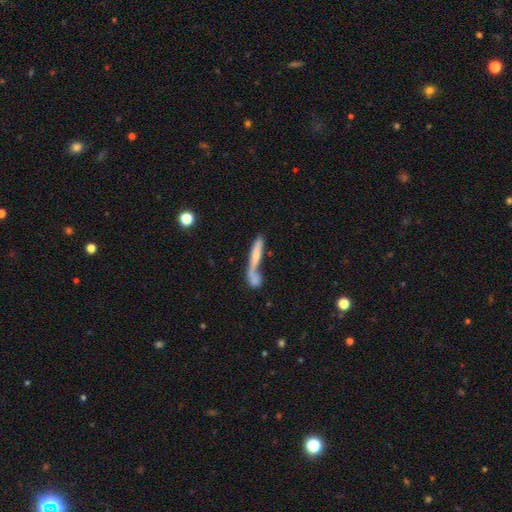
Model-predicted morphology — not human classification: Smooth or featured? Predicted: smooth (p=0.55). How rounded? Predicted: cigar-shaped (p=0.86). Merging? Predicted: merger (p=0.43).